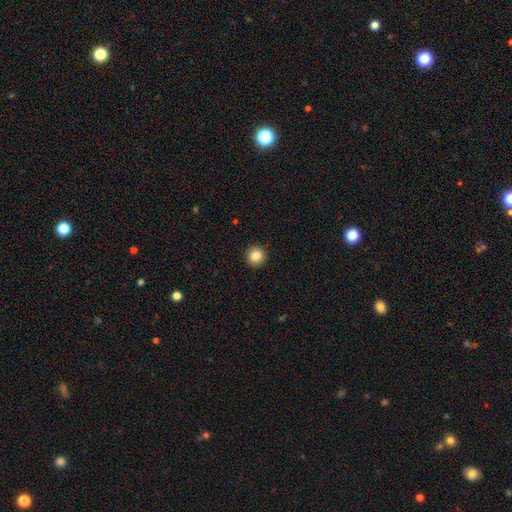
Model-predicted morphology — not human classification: Smooth or featured?
  - smooth: 84% *
  - star or artifact: 10%
  - featured or disk: 7%
How rounded?
  - round: 94% *
  - in between: 5%
  - cigar-shaped: 1%
Merging?
  - none: 93% *
  - minor disturbance: 4%
  - major disturbance: 1%
  - merger: 1%